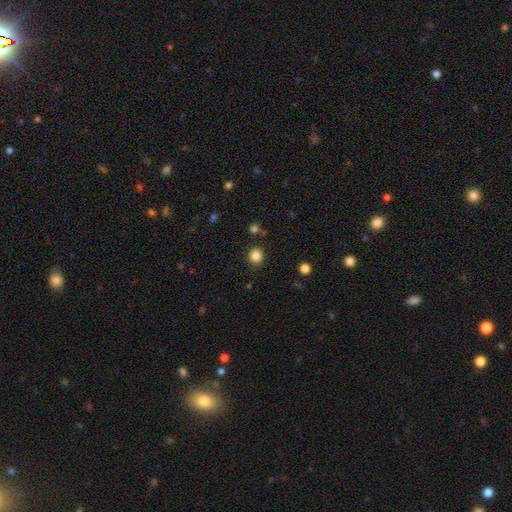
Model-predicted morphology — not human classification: type=smooth (84%); roundness=round (86%); merging=none (88%).